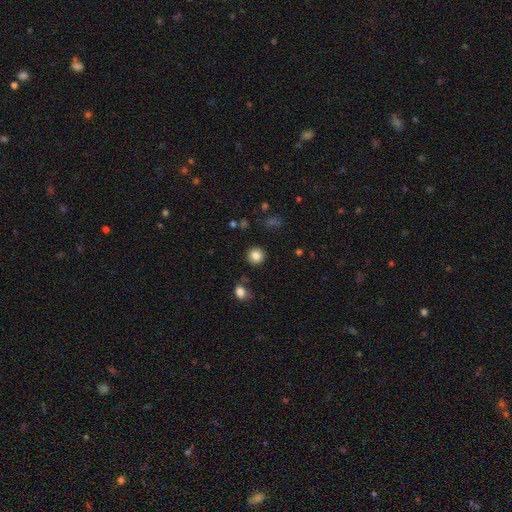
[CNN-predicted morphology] Smooth or featured?
  - smooth: 84% *
  - star or artifact: 10%
  - featured or disk: 6%
How rounded?
  - round: 91% *
  - in between: 8%
  - cigar-shaped: 1%
Merging?
  - none: 87% *
  - minor disturbance: 8%
  - major disturbance: 3%
  - merger: 2%